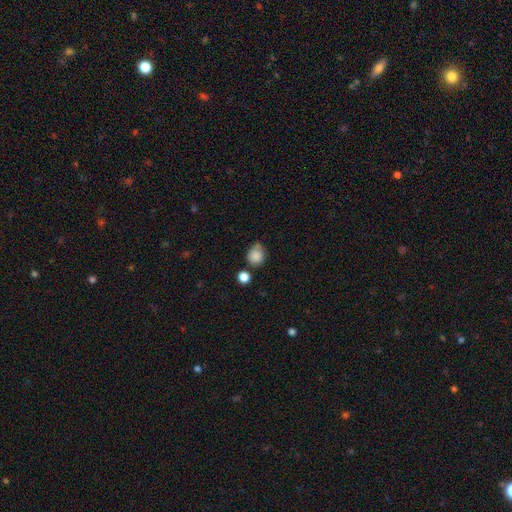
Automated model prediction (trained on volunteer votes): Smooth or featured: smooth — 85% (star or artifact — 10%)
How rounded: round — 78% (in between — 21%)
Merging: none — 59% (minor disturbance — 22%)